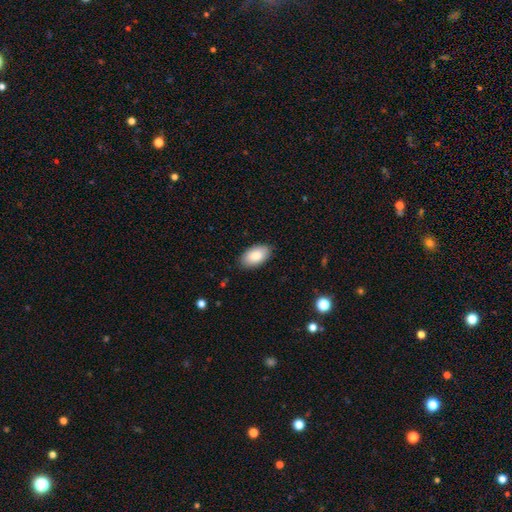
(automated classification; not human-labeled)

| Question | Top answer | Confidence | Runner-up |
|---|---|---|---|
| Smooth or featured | smooth | 87% | featured or disk (7%) |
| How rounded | in between | 96% | round (3%) |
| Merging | none | 87% | minor disturbance (10%) |